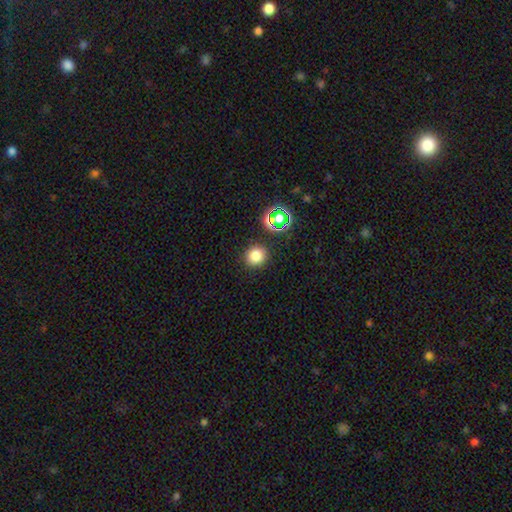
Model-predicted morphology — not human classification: Q: Smooth or featured?
A: smooth (77%); runner-up: star or artifact (17%)
Q: How rounded?
A: round (87%); runner-up: in between (12%)
Q: Merging?
A: none (89%); runner-up: minor disturbance (7%)